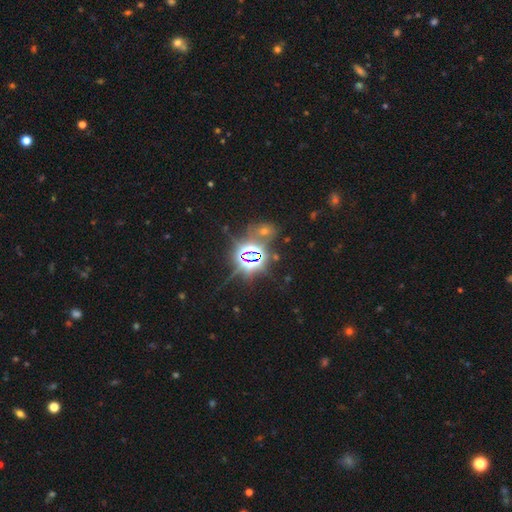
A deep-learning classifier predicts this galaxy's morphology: The model was most divided on "smooth or featured": star or artifact: 80%, smooth: 12%, featured or disk: 8%.